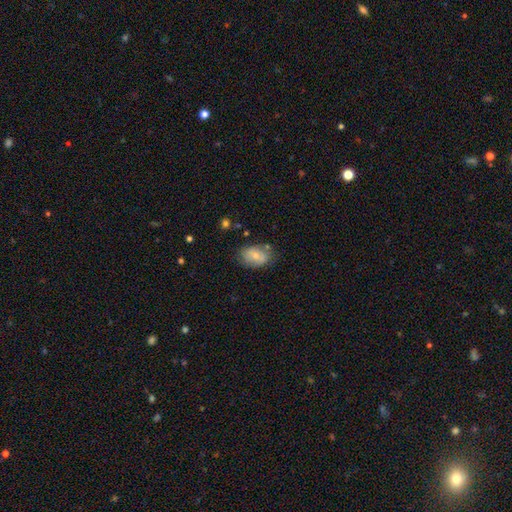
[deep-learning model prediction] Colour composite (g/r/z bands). It shows a smooth galaxy with no disk features (71%) that is in between round and cigar-shaped (83%). Merging: none (70%).